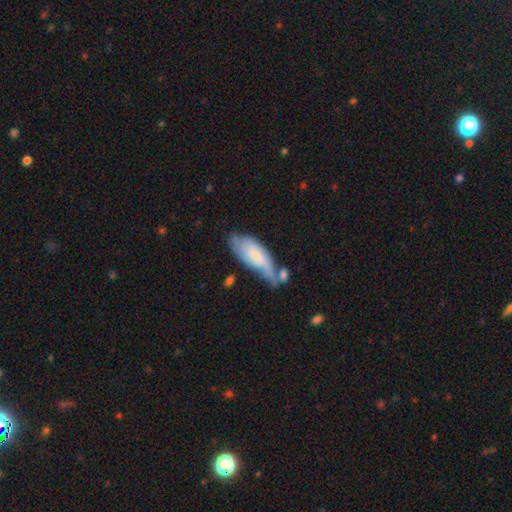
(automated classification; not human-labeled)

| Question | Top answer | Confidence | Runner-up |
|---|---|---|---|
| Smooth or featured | smooth | 48% | featured or disk (46%) |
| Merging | none | 37% | minor disturbance (27%) |